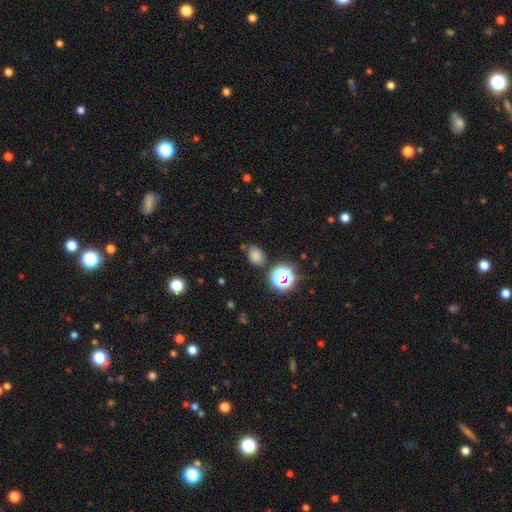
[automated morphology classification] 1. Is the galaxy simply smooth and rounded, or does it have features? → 75% smooth, 19% star or artifact, 6% featured or disk.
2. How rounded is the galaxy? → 57% in between, 42% round, 1% cigar-shaped.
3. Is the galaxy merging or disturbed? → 76% none, 14% minor disturbance, 5% merger, 4% major disturbance.